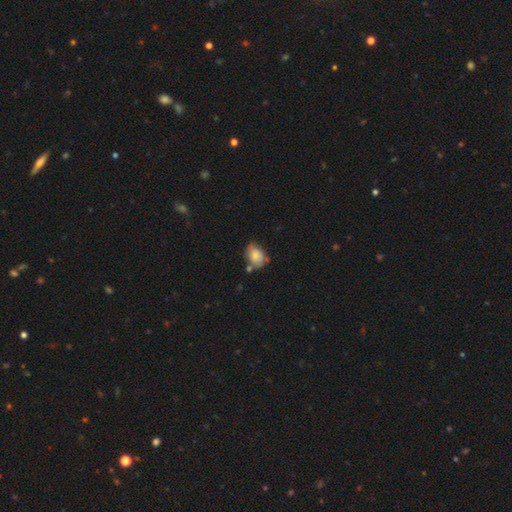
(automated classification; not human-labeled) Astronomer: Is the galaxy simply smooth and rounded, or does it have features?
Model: smooth — 73%.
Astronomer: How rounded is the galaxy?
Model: in between — 71%.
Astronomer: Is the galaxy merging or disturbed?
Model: none — 47% (runner-up: minor disturbance, 32%).